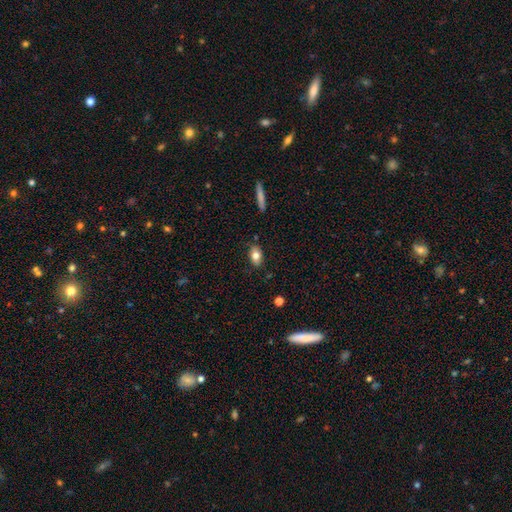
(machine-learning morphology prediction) This appears to be a smooth galaxy with no disk features (77%) that is in between round and cigar-shaped (86%). Merging: none (84%).